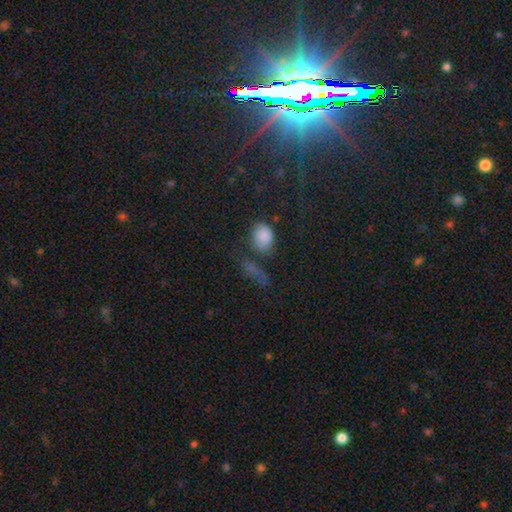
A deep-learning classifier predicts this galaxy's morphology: A star or artifact, not a galaxy (68%).

Vote fractions:
- Smooth or featured? star or artifact: 68% / featured or disk: 18% / smooth: 13%